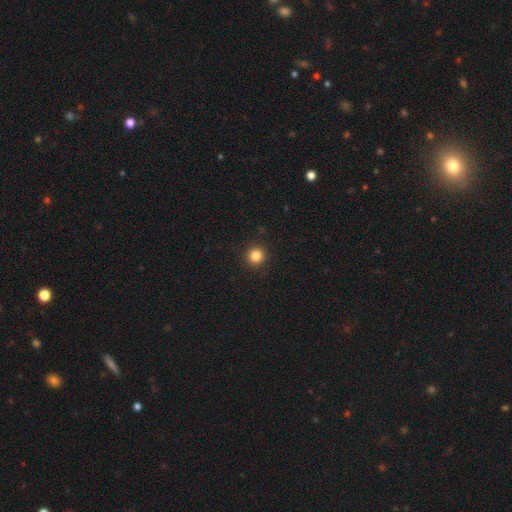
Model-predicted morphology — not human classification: Smooth or featured? Predicted: smooth (p=0.84). How rounded? Predicted: round (p=0.94). Merging? Predicted: none (p=0.92).